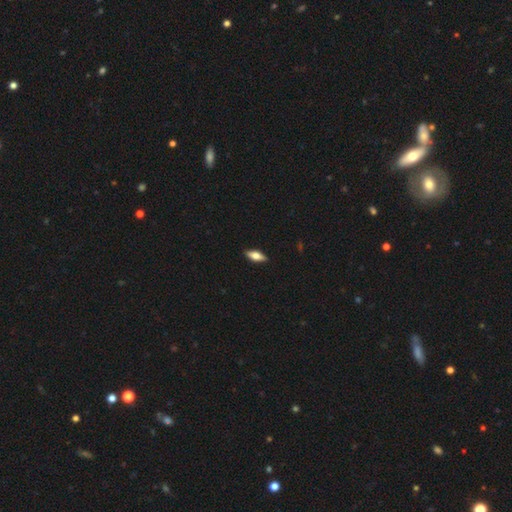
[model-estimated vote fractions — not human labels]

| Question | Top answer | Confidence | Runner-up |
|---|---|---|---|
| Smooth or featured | smooth | 60% | featured or disk (33%) |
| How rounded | in between | 72% | cigar-shaped (25%) |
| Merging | none | 89% | minor disturbance (8%) |